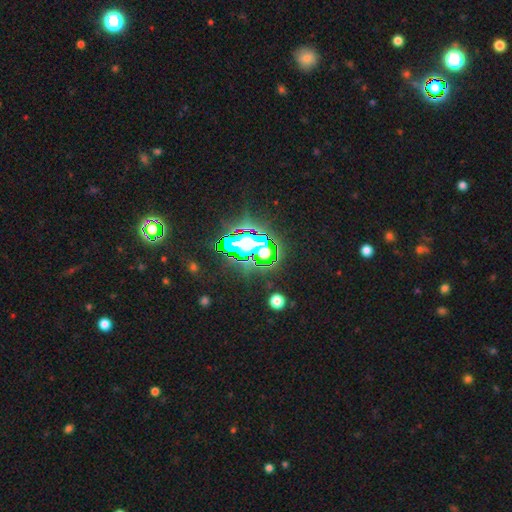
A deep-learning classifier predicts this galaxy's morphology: This is clearly a star or artifact rather than a galaxy (81%).